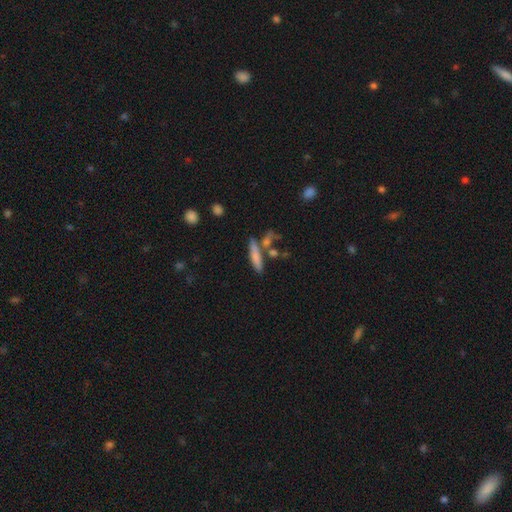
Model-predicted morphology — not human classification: Overall: smooth (72%). How rounded: cigar-shaped (78%). Merging: none (64%).